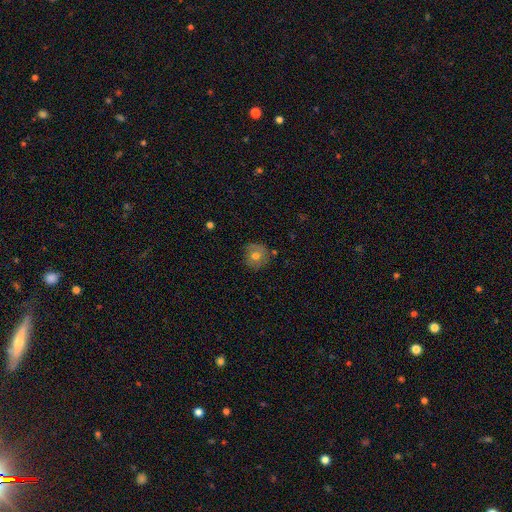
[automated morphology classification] Smooth or featured? Predicted: smooth (p=0.63). How rounded? Predicted: round (p=0.88). Merging? Predicted: none (p=0.72).